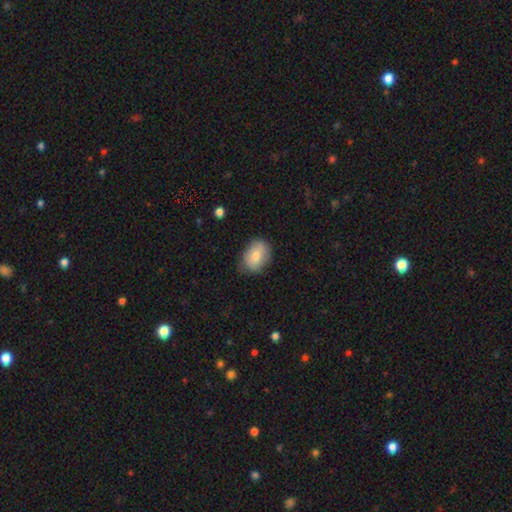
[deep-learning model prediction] This appears to be a smooth galaxy with no disk features (76%) that is in between round and cigar-shaped (73%). Merging: none (73%).